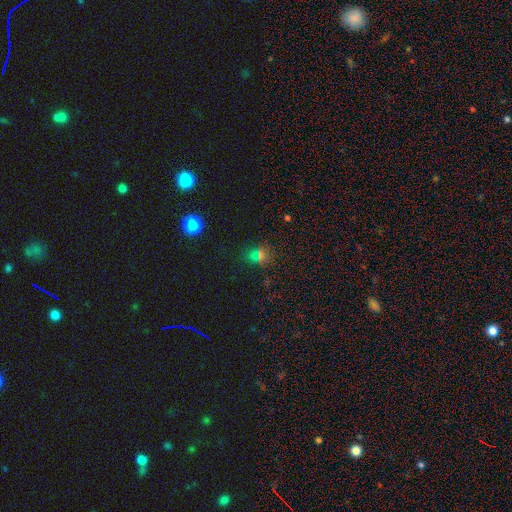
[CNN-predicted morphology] A smooth galaxy with no disk features (54%) that is round (64%).

Vote fractions:
- Smooth or featured? smooth: 54% / star or artifact: 38% / featured or disk: 8%
- How rounded? round: 64% / in between: 33% / cigar-shaped: 3%
- Merging? none: 77% / minor disturbance: 11% / merger: 8% / major disturbance: 5%